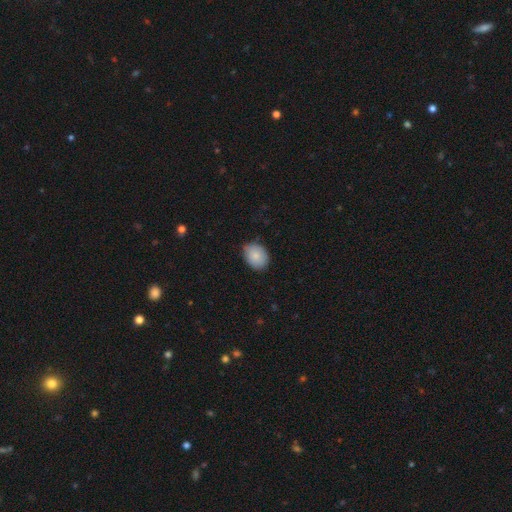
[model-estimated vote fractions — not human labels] Smooth or featured?
  - smooth: 85% *
  - featured or disk: 8%
  - star or artifact: 7%
How rounded?
  - in between: 64% *
  - round: 35%
  - cigar-shaped: 1%
Merging?
  - none: 76% *
  - minor disturbance: 20%
  - major disturbance: 3%
  - merger: 1%